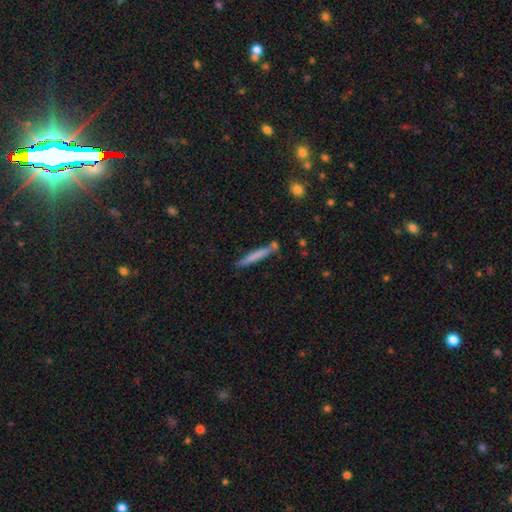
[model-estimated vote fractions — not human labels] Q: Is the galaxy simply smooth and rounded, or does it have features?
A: smooth — 69%.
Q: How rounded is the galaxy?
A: cigar-shaped — 95%.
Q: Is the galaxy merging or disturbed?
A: none — 78%.